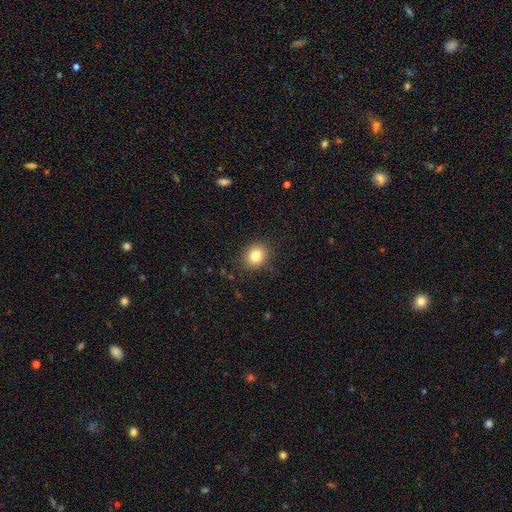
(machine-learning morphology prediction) smooth 83%, star or artifact 11%, featured or disk 7%. Down the decision tree: how rounded — round (65%); merging — none (88%).